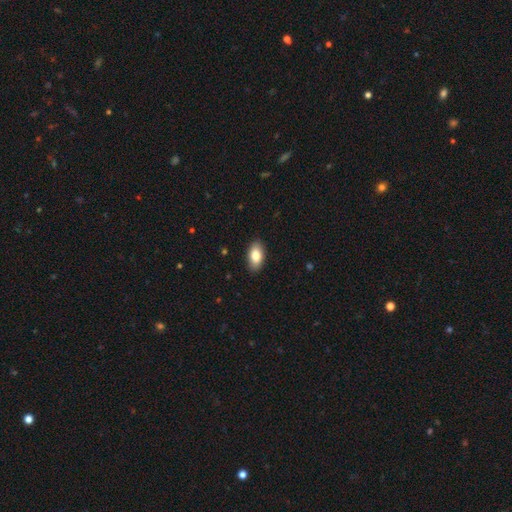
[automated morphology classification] smooth_or_featured: smooth (p=0.83) [alt: featured or disk p=0.10]
how_rounded: in between (p=0.93) [alt: round p=0.04]
merging: none (p=0.89) [alt: minor disturbance p=0.08]